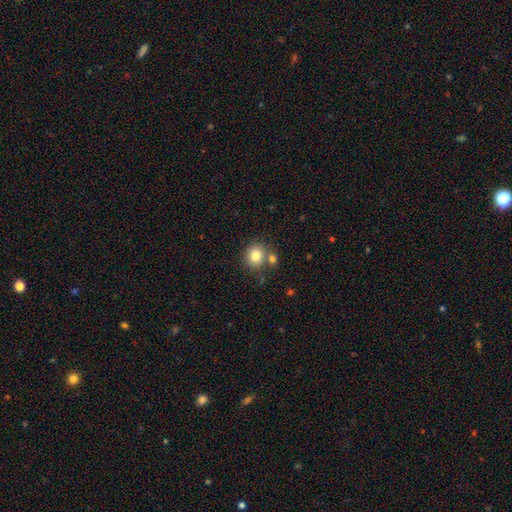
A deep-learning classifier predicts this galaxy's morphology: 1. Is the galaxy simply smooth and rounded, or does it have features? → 81% smooth, 11% star or artifact, 8% featured or disk.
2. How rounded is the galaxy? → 82% round, 17% in between, 1% cigar-shaped.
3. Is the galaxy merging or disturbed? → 67% none, 20% merger, 10% minor disturbance, 3% major disturbance.